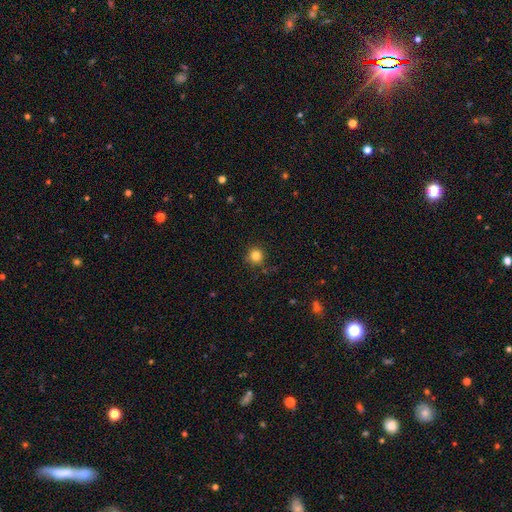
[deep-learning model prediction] Smooth or featured: smooth — 83% (star or artifact — 12%)
How rounded: round — 93% (in between — 6%)
Merging: none — 86% (minor disturbance — 10%)